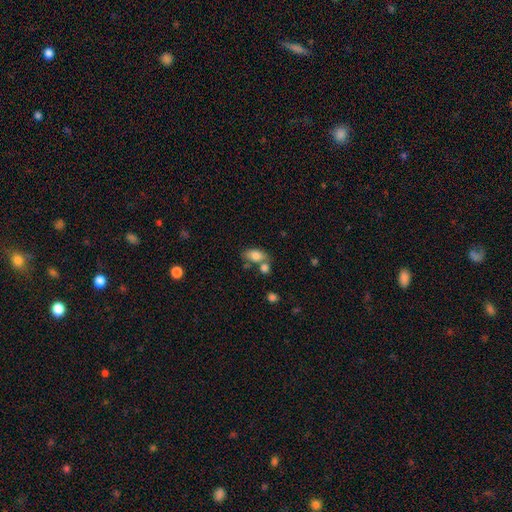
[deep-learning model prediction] Q: Smooth or featured?
A: smooth (79%); runner-up: featured or disk (12%)
Q: How rounded?
A: in between (87%); runner-up: round (9%)
Q: Merging?
A: none (51%); runner-up: merger (28%)